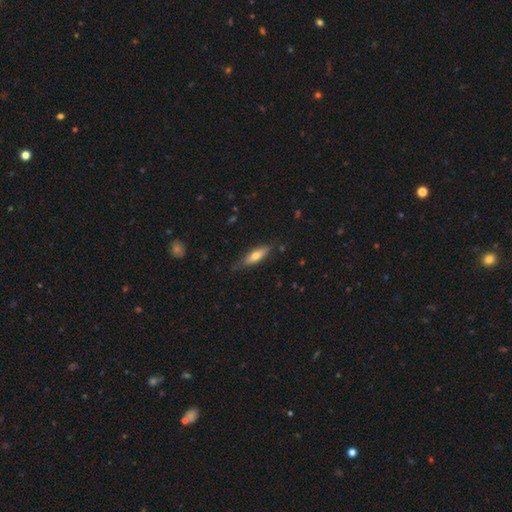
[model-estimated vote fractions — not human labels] This is likely a smooth galaxy (62%). How rounded: possibly cigar-shaped (51%). Merging: likely none (76%).